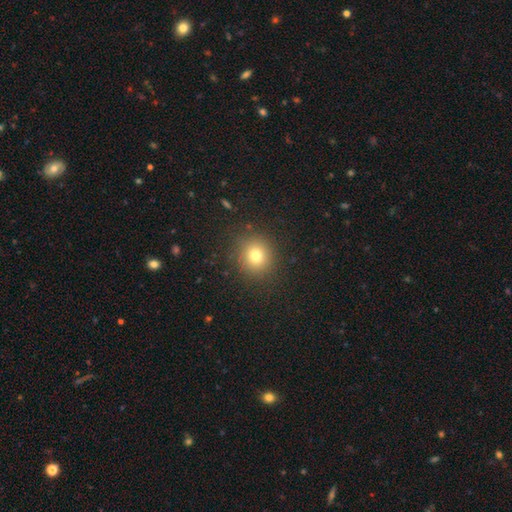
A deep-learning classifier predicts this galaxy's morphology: Smooth or featured? Predicted: smooth (p=0.76). How rounded? Predicted: round (p=0.85). Merging? Predicted: none (p=0.88).